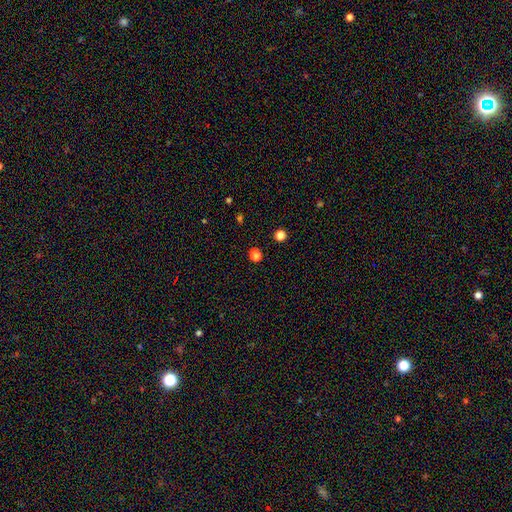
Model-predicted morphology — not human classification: type=smooth (77%); roundness=round (52%); merging=none (89%).